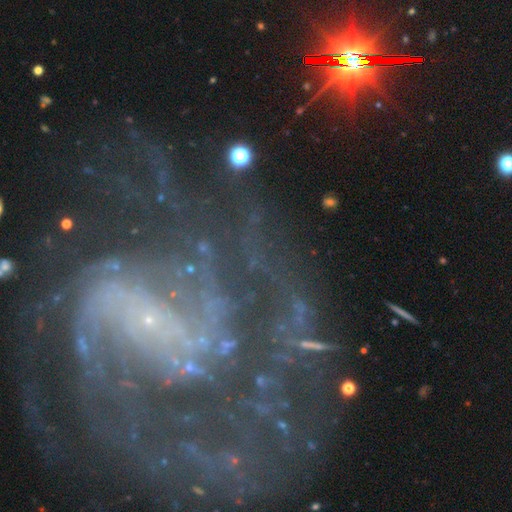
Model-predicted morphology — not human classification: smooth_or_featured: featured or disk (p=0.67) [alt: star or artifact p=0.22]
disk_edge_on: no (p=0.95) [alt: yes p=0.05]
bar: no (p=0.55) [alt: weak p=0.26]
has_spiral_arms: yes (p=0.91) [alt: no p=0.09]
spiral_winding: tight (p=0.54) [alt: medium p=0.32]
spiral_arm_count: can't tell (p=0.27) [alt: 2 p=0.19]
bulge_size: small (p=0.72) [alt: moderate p=0.13]
merging: none (p=0.62) [alt: major disturbance p=0.17]